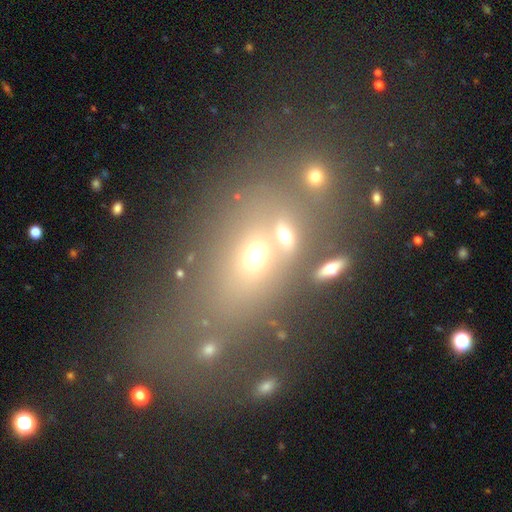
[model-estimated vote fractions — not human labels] smooth_or_featured: smooth (p=0.49) [alt: star or artifact p=0.28]
merging: none (p=0.42) [alt: merger p=0.29]